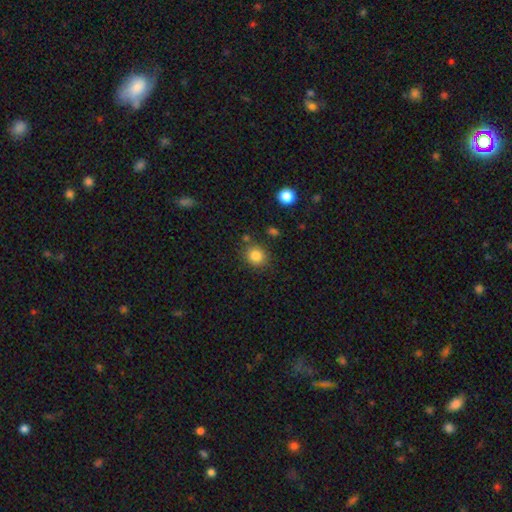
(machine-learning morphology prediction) smooth_or_featured: smooth (p=0.84) [alt: star or artifact p=0.11]
how_rounded: round (p=0.81) [alt: in between p=0.18]
merging: none (p=0.83) [alt: minor disturbance p=0.10]